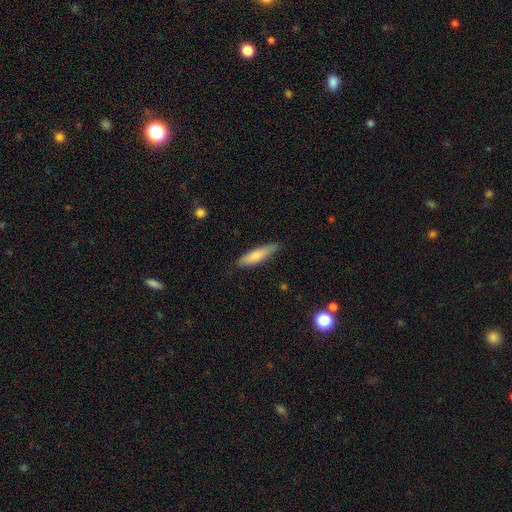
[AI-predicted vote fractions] A smooth galaxy with no disk features (72%) that is cigar-shaped (70%).

Vote fractions:
- Smooth or featured? smooth: 72% / featured or disk: 22% / star or artifact: 6%
- How rounded? cigar-shaped: 70% / in between: 28% / round: 2%
- Merging? none: 81% / minor disturbance: 15% / major disturbance: 2% / merger: 1%